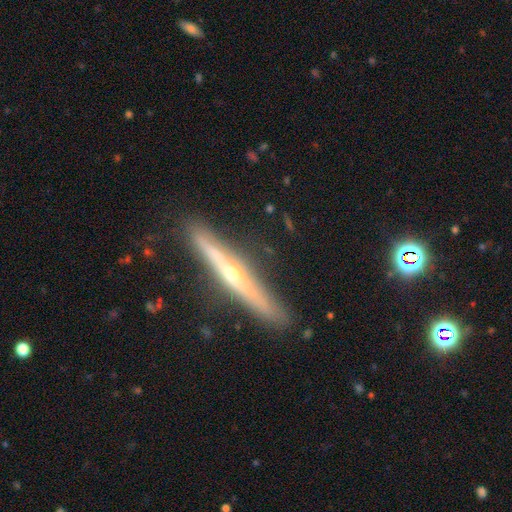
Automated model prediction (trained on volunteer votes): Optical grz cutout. It shows a featured or disk galaxy (77%) viewed edge-on (96%) with a rounded central bulge (84%). Merging: none (86%).